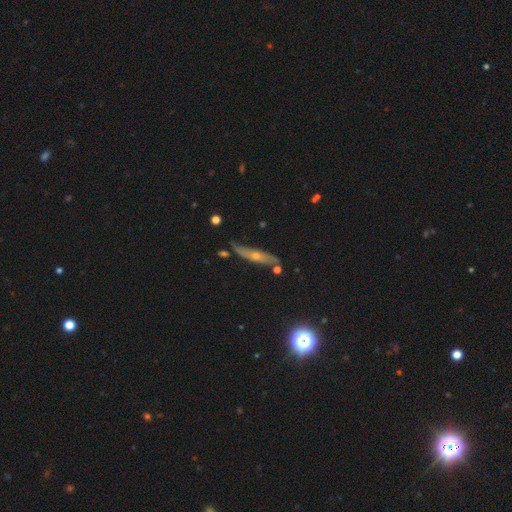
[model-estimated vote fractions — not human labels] A featured or disk galaxy (62%) viewed edge-on (73%).

Vote fractions:
- Smooth or featured? featured or disk: 62% / smooth: 27% / star or artifact: 11%
- Edge-on disk? yes: 73% / no: 27%
- Merging? none: 73% / minor disturbance: 18% / merger: 4% / major disturbance: 4%